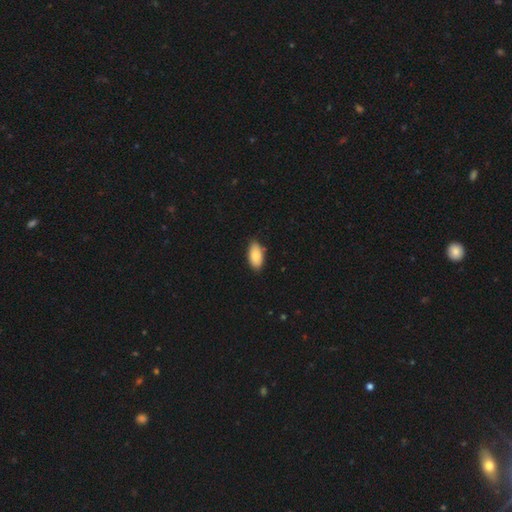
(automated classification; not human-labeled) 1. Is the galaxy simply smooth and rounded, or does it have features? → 84% smooth, 9% featured or disk, 6% star or artifact.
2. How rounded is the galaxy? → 94% in between, 4% cigar-shaped, 3% round.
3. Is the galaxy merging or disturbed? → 82% none, 15% minor disturbance, 2% major disturbance, 1% merger.